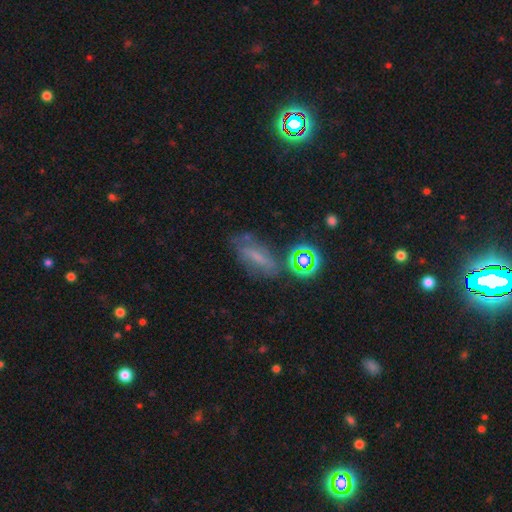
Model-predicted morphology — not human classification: The model was most divided on "smooth or featured": featured or disk: 42%, star or artifact: 31%, smooth: 27%. More confident: merging — none (64%).